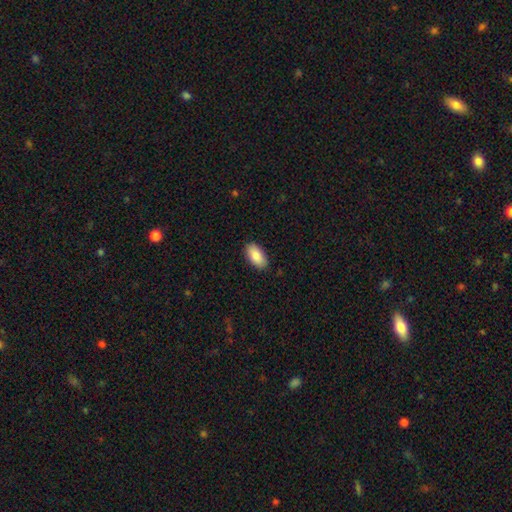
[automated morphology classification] smooth_or_featured: smooth (p=0.87) [alt: featured or disk p=0.07]
how_rounded: in between (p=0.94) [alt: cigar-shaped p=0.04]
merging: none (p=0.88) [alt: minor disturbance p=0.09]